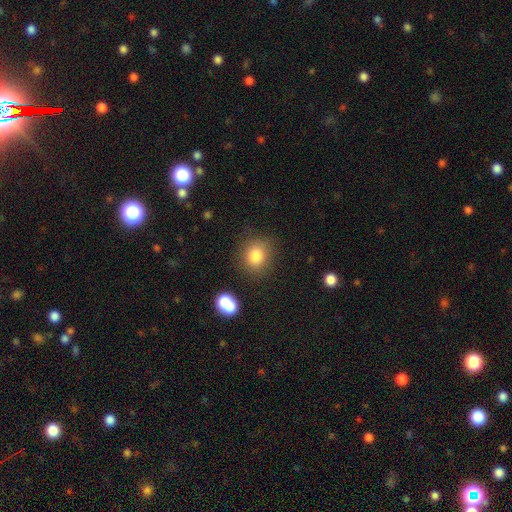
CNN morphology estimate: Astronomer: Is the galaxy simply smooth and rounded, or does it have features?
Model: smooth — 83%.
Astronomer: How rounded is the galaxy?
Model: round — 75%.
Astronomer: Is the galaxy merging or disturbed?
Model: none — 80%.